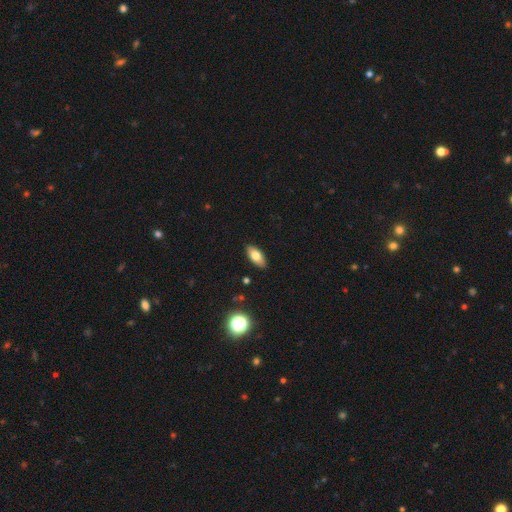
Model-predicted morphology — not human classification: smooth_or_featured: smooth (p=0.76) [alt: featured or disk p=0.16]
how_rounded: in between (p=0.87) [alt: cigar-shaped p=0.10]
merging: none (p=0.89) [alt: minor disturbance p=0.09]